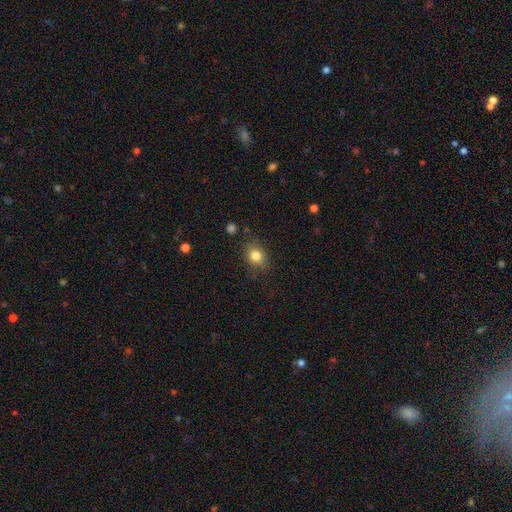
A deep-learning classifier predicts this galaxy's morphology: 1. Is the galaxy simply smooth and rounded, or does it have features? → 82% smooth, 11% star or artifact, 7% featured or disk.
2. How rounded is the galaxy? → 62% round, 37% in between, 1% cigar-shaped.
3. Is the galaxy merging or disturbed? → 81% none, 13% minor disturbance, 4% major disturbance, 2% merger.